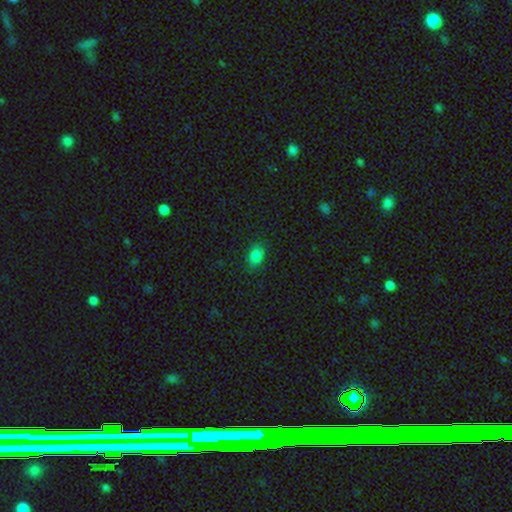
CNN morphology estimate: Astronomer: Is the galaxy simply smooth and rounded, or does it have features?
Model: smooth — 83%.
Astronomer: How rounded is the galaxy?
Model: in between — 74%.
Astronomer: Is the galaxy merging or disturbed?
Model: none — 84%.